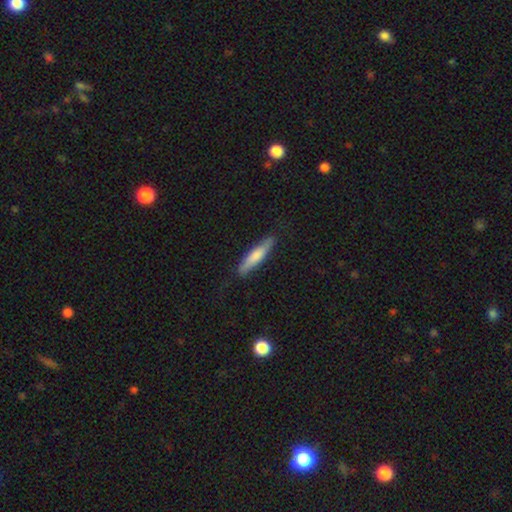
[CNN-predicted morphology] Smooth or featured? Predicted: smooth (p=0.62). How rounded? Predicted: cigar-shaped (p=0.88). Merging? Predicted: none (p=0.84).